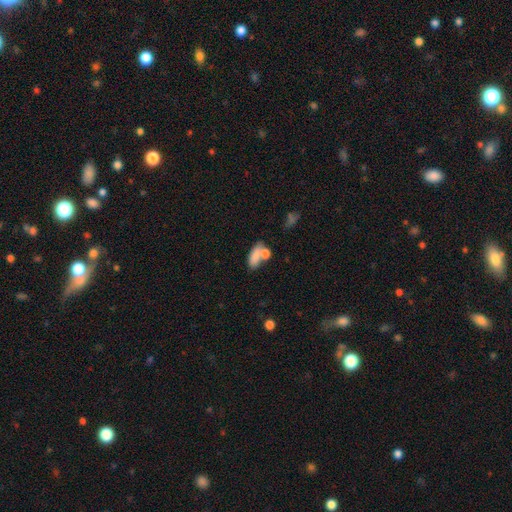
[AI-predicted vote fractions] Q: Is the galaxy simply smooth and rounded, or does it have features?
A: smooth — 78%.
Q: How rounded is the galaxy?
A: in between — 82%.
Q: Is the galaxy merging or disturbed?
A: none — 39%.